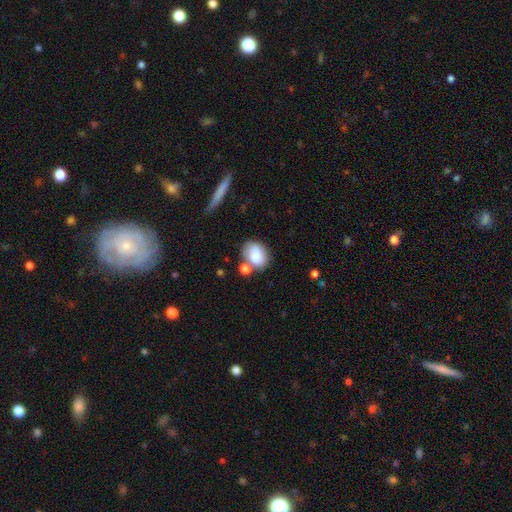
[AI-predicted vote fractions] smooth-or-featured: smooth: 80% | featured or disk: 12% | star or artifact: 8%
  how-rounded: in between: 68% | round: 30% | cigar-shaped: 1%
  merging: none: 51% | merger: 24% | minor disturbance: 18% | major disturbance: 7%